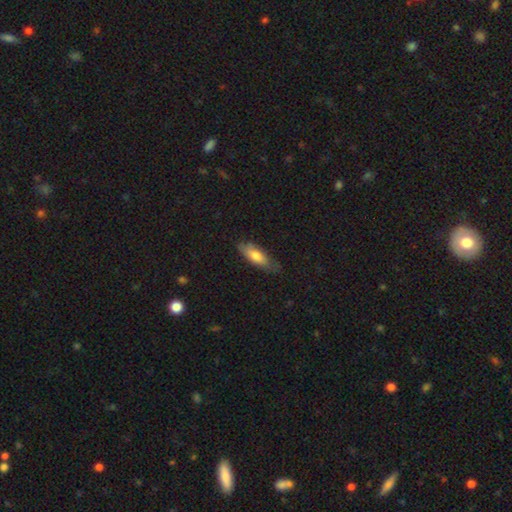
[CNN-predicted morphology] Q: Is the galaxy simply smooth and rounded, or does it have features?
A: smooth — 71%.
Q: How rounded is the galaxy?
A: in between — 64%.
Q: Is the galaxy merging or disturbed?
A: none — 71%.